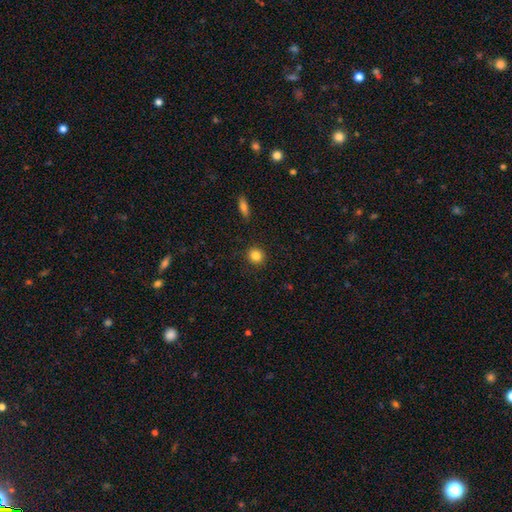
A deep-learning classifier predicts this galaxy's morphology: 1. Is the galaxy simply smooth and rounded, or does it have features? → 84% smooth, 10% star or artifact, 5% featured or disk.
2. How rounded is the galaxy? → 89% round, 10% in between, 1% cigar-shaped.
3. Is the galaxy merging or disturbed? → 90% none, 6% minor disturbance, 2% major disturbance, 1% merger.